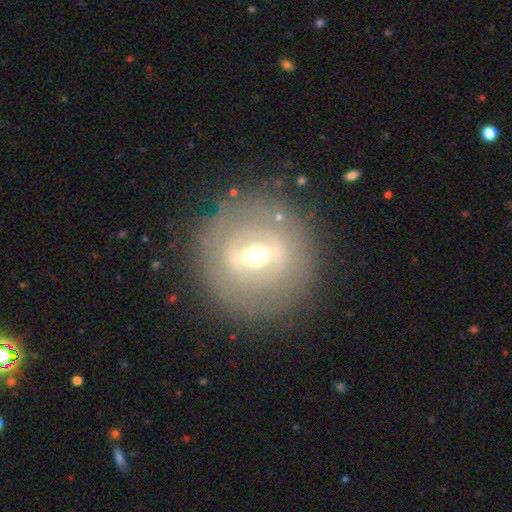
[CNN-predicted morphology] Overall: featured or disk (70%). Edge-on disk: no (84%). Bar: strong (57%; weak 32%). Spiral arms: no (74%). Bulge size: moderate (48%; small 46%). Merging: none (85%).